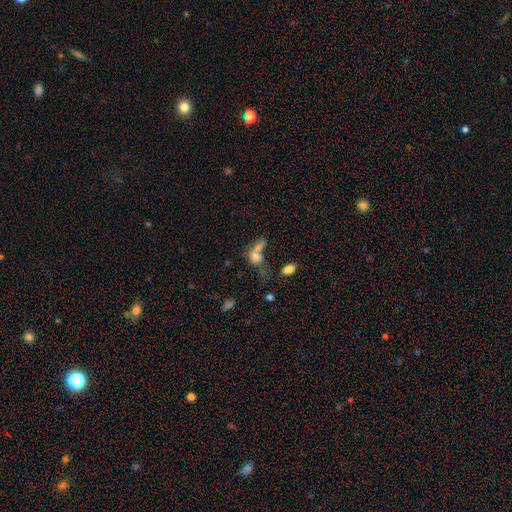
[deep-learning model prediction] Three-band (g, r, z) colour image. It shows a smooth galaxy with no disk features (71%) that is in between round and cigar-shaped (64%). Merging: merger (53%).